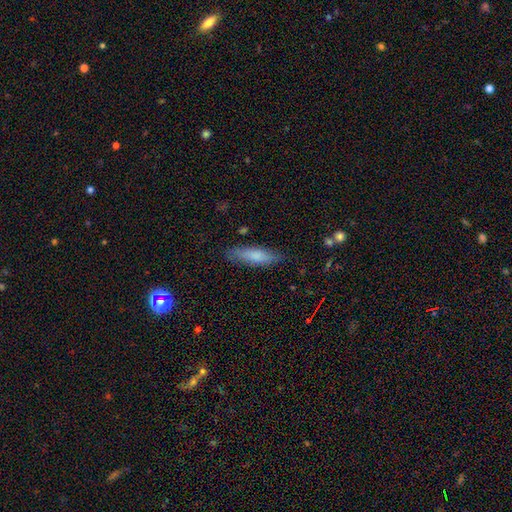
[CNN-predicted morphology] Overall: smooth (73%). How rounded: cigar-shaped (70%). Merging: none (82%).